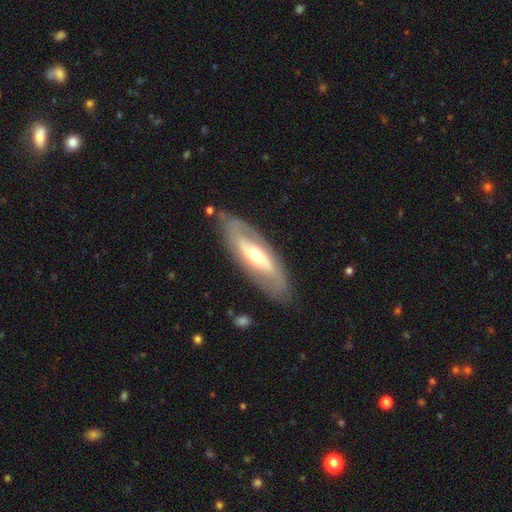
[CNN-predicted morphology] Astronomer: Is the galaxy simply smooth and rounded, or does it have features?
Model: featured or disk — 70%.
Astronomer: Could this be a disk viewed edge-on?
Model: no — 79%.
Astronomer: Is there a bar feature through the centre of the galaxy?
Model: no — 36% (runner-up: weak, 32%).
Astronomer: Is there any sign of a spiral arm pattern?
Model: yes — 61% (runner-up: no, 39%).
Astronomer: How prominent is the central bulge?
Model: moderate — 64%.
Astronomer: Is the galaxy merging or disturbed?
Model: none — 82%.